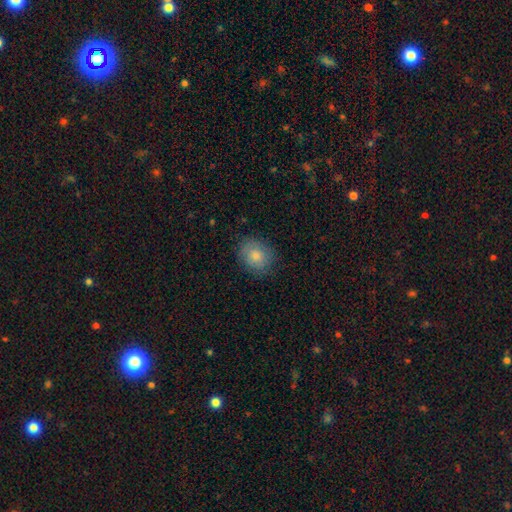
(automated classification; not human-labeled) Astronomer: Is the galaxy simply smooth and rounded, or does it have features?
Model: smooth — 82%.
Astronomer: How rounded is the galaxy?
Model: round — 61% (runner-up: in between, 38%).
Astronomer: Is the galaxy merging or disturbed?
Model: none — 82%.